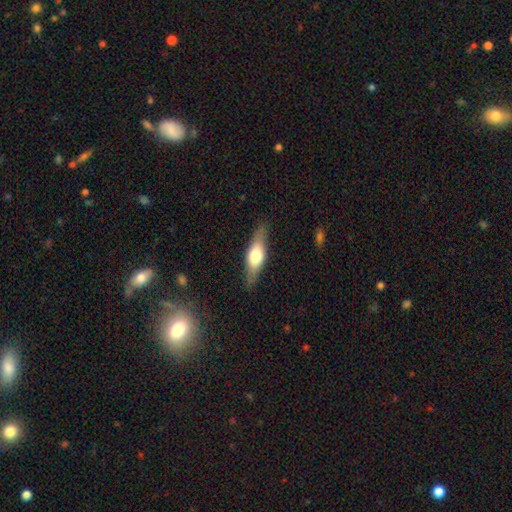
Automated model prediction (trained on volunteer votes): Morphology: type=smooth (51%); roundness=in between (52%); merging=none (84%).